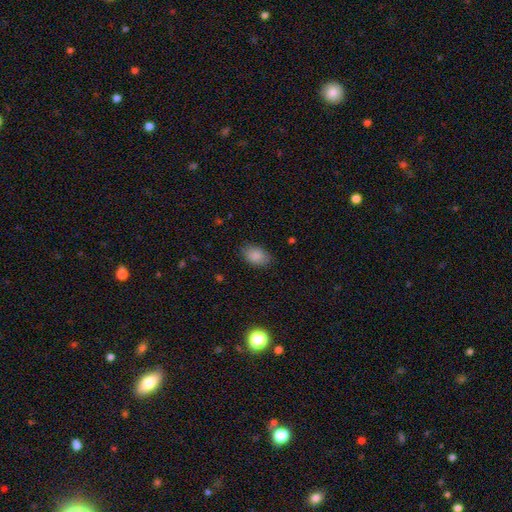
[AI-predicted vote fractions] Smooth or featured? Predicted: smooth (p=0.87). How rounded? Predicted: in between (p=0.87). Merging? Predicted: none (p=0.84).